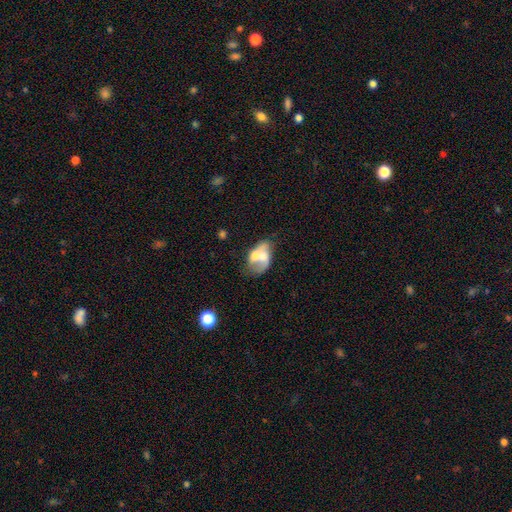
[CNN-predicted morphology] featured or disk 48%, smooth 45%, star or artifact 8%. Down the decision tree: merging — merger (58%).